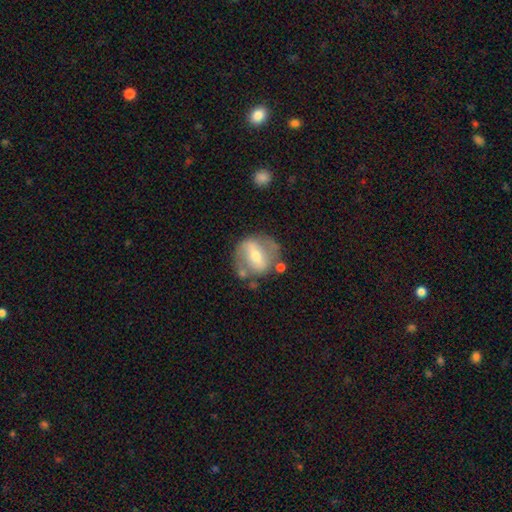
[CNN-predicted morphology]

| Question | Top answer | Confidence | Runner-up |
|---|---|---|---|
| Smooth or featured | featured or disk | 65% | smooth (28%) |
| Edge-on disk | no | 92% | yes (8%) |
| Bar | strong | 57% | weak (28%) |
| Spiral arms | yes | 53% | no (47%) |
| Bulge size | moderate | 58% | small (34%) |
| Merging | none | 67% | minor disturbance (17%) |